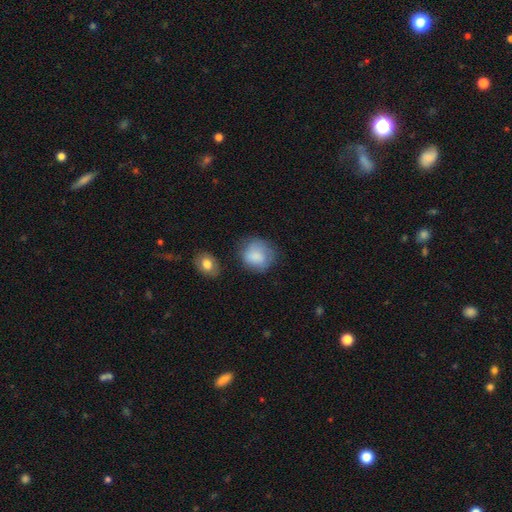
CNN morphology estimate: smooth 82%, featured or disk 11%, star or artifact 7%. Down the decision tree: how rounded — round (80%); merging — none (64%).